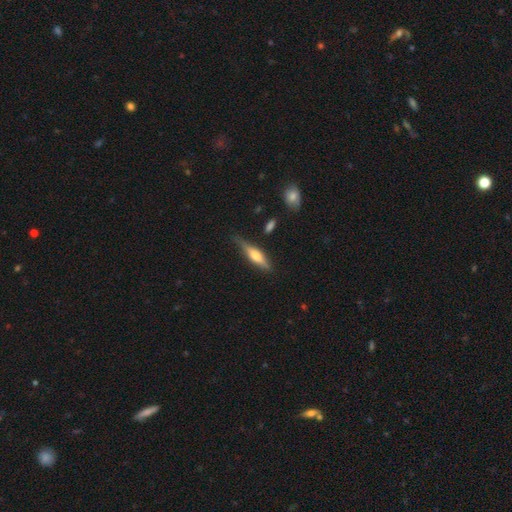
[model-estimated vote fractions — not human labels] A featured or disk galaxy (52%) viewed edge-on (94%). Merging: none (71%).